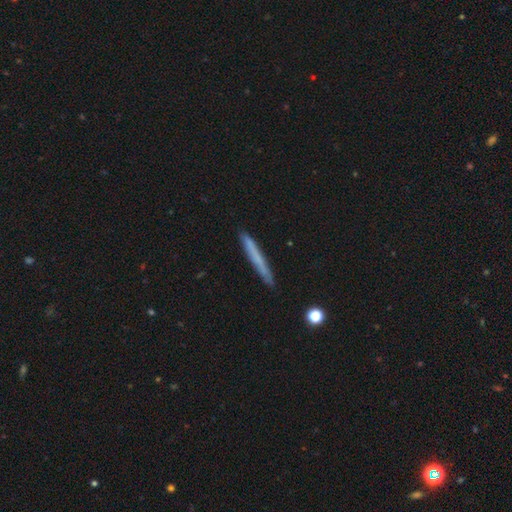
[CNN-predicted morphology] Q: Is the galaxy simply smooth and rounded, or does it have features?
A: smooth — 61%.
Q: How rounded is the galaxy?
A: cigar-shaped — 97%.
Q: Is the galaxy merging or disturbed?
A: none — 88%.